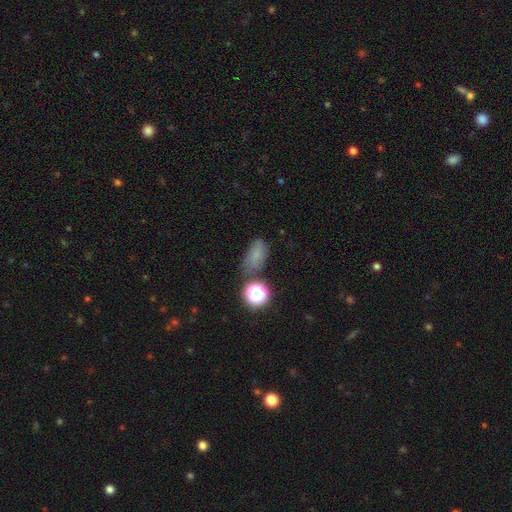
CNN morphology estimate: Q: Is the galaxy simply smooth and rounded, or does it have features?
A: smooth — 59%.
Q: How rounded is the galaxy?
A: in between — 76%.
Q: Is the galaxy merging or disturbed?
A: none — 63%.